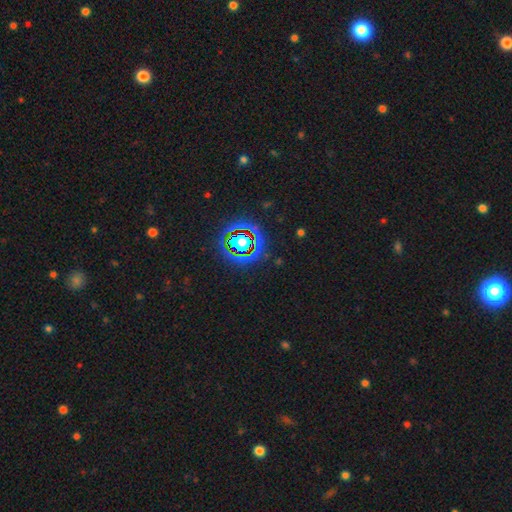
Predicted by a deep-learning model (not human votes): This is likely a star or artifact rather than a galaxy (76%).